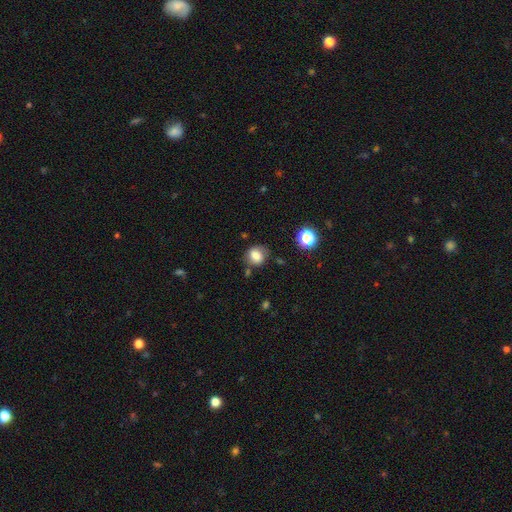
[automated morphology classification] This appears to be a smooth galaxy with no disk features (77%) that is round (66%). Merging: none (67%).